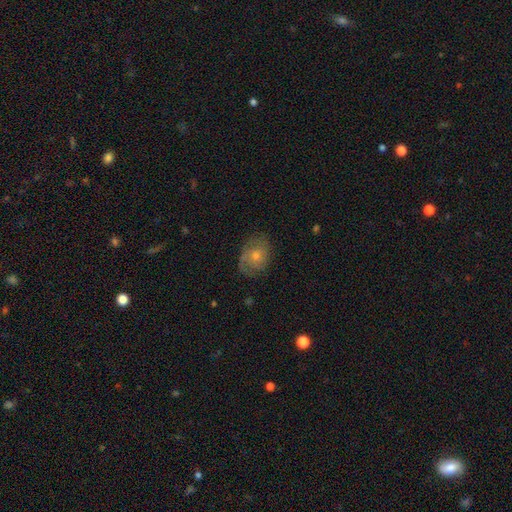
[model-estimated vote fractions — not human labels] Smooth or featured?
  - featured or disk: 56% *
  - smooth: 34%
  - star or artifact: 11%
Edge-on disk?
  - no: 96% *
  - yes: 4%
Bar?
  - no: 83% *
  - weak: 15%
  - strong: 2%
Spiral arms?
  - yes: 77% *
  - no: 23%
Bulge size?
  - small: 50% *
  - moderate: 46%
  - large: 2%
  - none: 2%
  - dominant: 1%
Merging?
  - none: 74% *
  - minor disturbance: 18%
  - major disturbance: 7%
  - merger: 1%